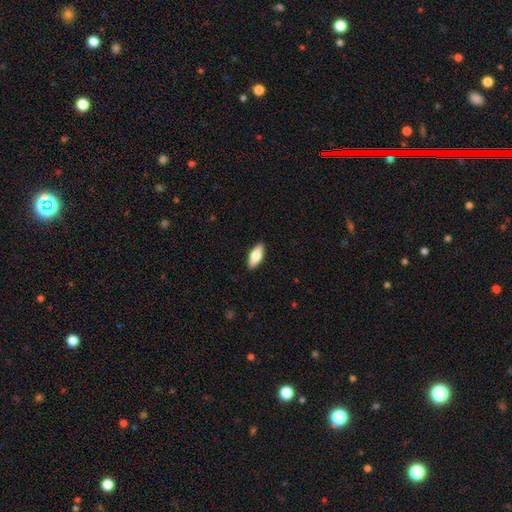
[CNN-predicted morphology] smooth 68%, featured or disk 26%, star or artifact 6%. Down the decision tree: how rounded — in between (73%); merging — none (89%).